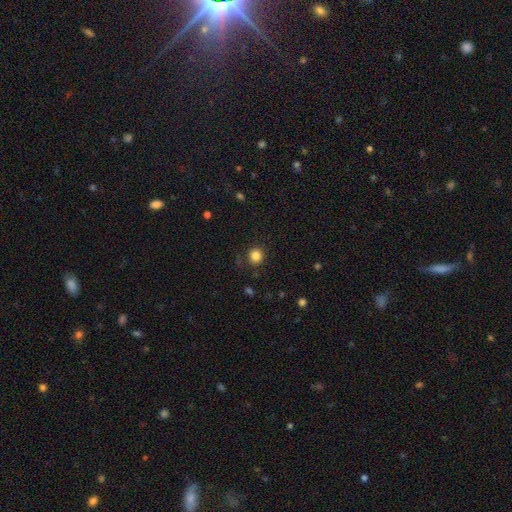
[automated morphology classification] A smooth galaxy with no disk features (84%) that is round (90%). Merging: none (88%).